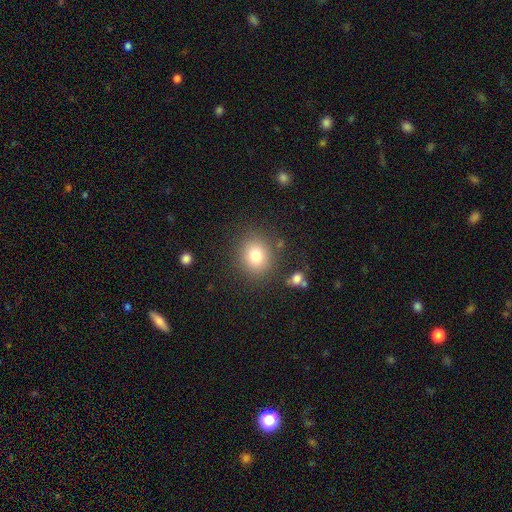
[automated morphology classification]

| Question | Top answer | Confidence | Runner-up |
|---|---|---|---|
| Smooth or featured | smooth | 79% | star or artifact (12%) |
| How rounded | round | 77% | in between (23%) |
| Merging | none | 84% | minor disturbance (9%) |